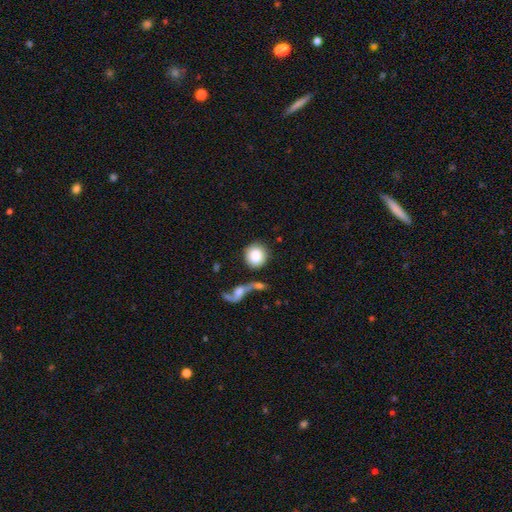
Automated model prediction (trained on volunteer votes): Overall: smooth (82%). How rounded: round (86%). Merging: none (60%).